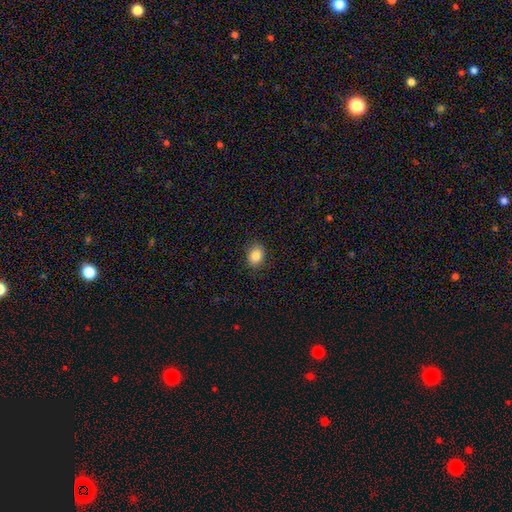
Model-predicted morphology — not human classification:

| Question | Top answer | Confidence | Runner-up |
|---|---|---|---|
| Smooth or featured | smooth | 87% | star or artifact (9%) |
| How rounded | in between | 54% | round (46%) |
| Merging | none | 87% | minor disturbance (10%) |